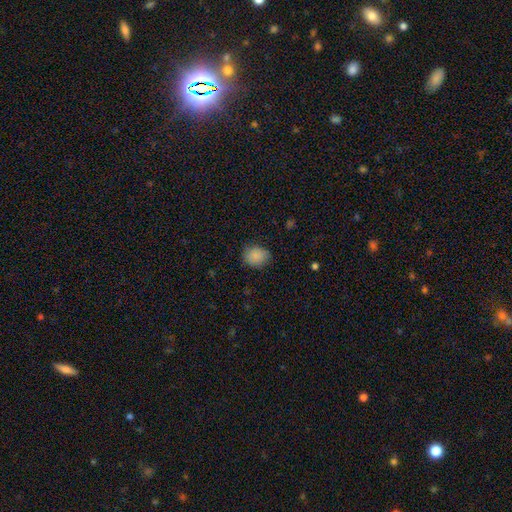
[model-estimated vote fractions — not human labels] Smooth or featured? Predicted: smooth (p=0.86). How rounded? Predicted: round (p=0.64). Merging? Predicted: none (p=0.77).